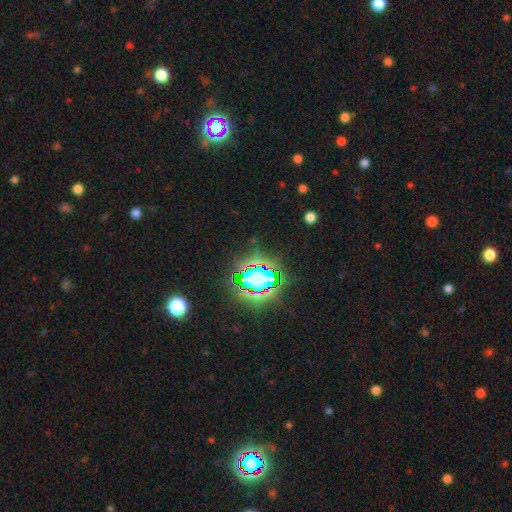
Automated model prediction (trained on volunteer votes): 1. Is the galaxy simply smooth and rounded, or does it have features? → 73% star or artifact, 17% smooth, 10% featured or disk.